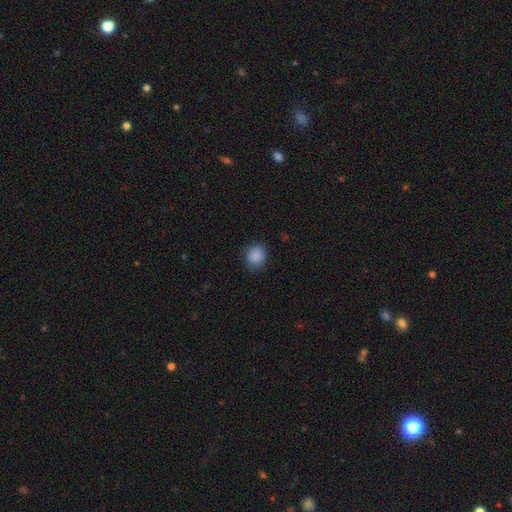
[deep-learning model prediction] smooth_or_featured: smooth (p=0.88) [alt: star or artifact p=0.09]
how_rounded: round (p=0.84) [alt: in between p=0.15]
merging: none (p=0.85) [alt: minor disturbance p=0.11]